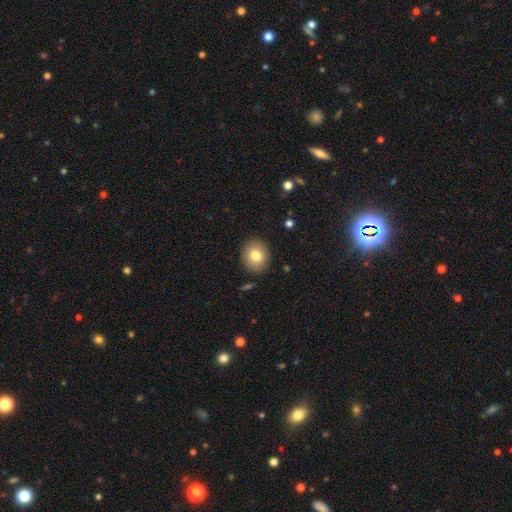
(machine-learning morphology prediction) Smooth or featured? Predicted: smooth (p=0.80). How rounded? Predicted: round (p=0.66). Merging? Predicted: none (p=0.88).